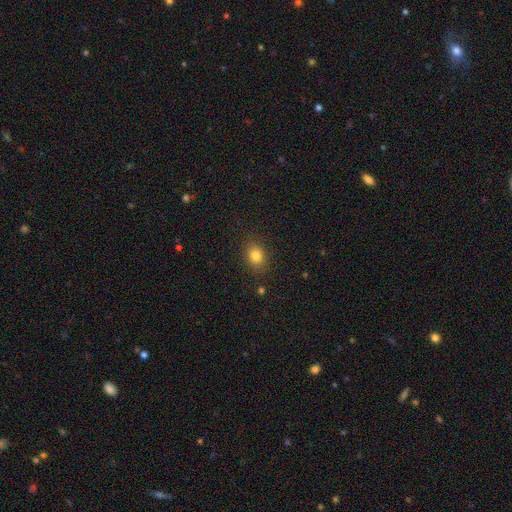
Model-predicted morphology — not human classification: smooth-or-featured: smooth: 82% | star or artifact: 11% | featured or disk: 6%
  how-rounded: in between: 55% | round: 44% | cigar-shaped: 1%
  merging: none: 86% | minor disturbance: 10% | major disturbance: 3% | merger: 1%